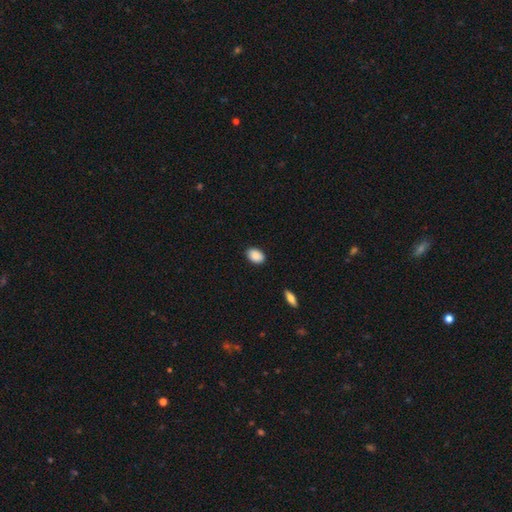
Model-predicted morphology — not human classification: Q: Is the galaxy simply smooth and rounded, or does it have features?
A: smooth — 89%.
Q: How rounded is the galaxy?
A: in between — 83%.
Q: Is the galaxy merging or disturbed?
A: none — 88%.